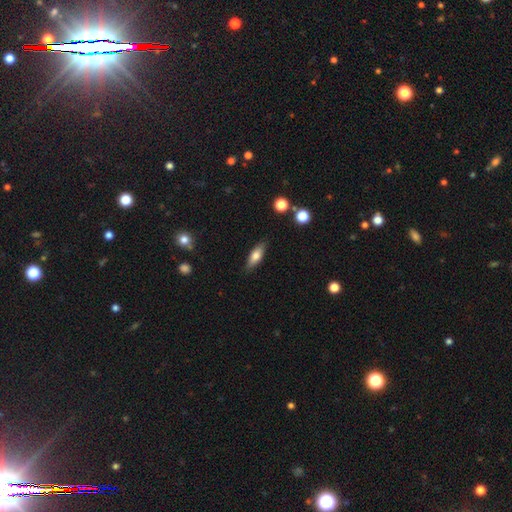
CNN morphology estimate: Overall: smooth (68%). How rounded: in between (62%; cigar-shaped 35%). Merging: none (85%).